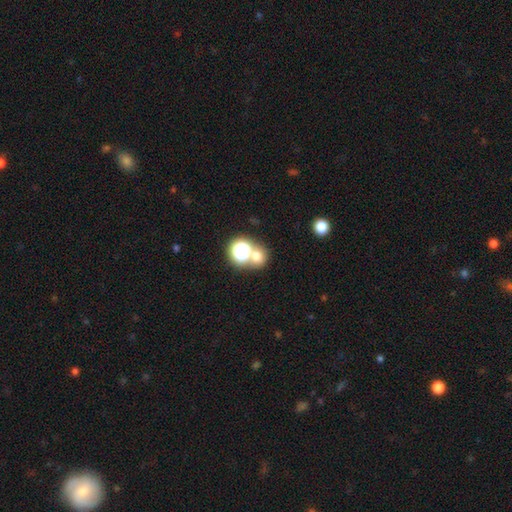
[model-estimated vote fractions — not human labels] Smooth or featured: smooth — 65% (star or artifact — 26%)
How rounded: round — 81% (in between — 18%)
Merging: none — 54% (merger — 35%)